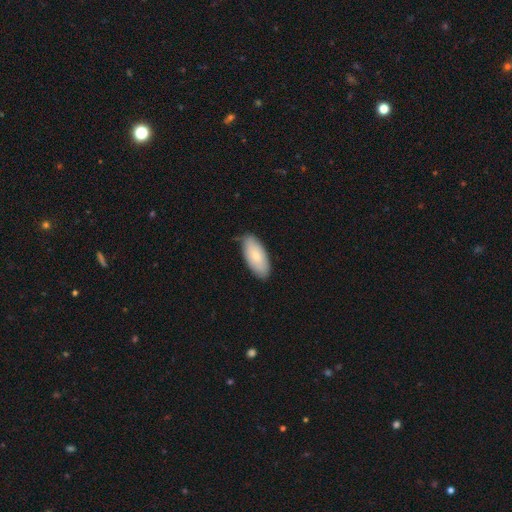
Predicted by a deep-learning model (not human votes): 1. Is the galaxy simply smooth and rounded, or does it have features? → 78% smooth, 16% featured or disk, 6% star or artifact.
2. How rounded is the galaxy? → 90% in between, 9% cigar-shaped, 2% round.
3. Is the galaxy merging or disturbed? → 79% none, 17% minor disturbance, 2% major disturbance, 1% merger.